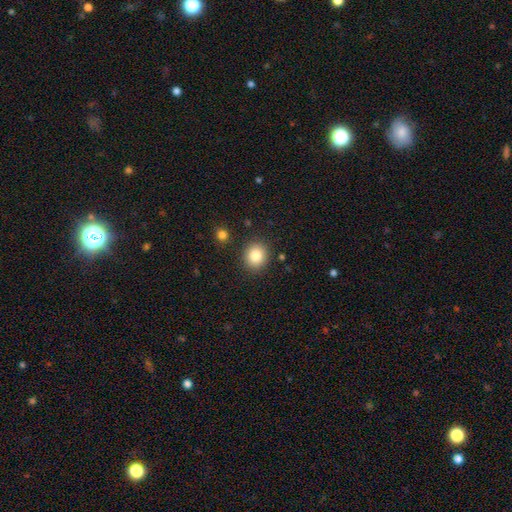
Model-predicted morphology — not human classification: The model was most divided on "how rounded": round: 80%, in between: 19%, cigar-shaped: 1%. More confident: merging — none (88%); smooth or featured — smooth (83%).